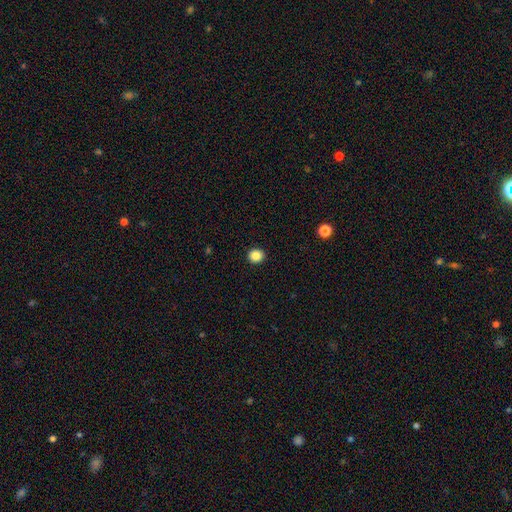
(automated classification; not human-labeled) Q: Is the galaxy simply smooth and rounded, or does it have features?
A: smooth — 86%.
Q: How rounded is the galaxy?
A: round — 85%.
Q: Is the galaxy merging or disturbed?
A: none — 93%.